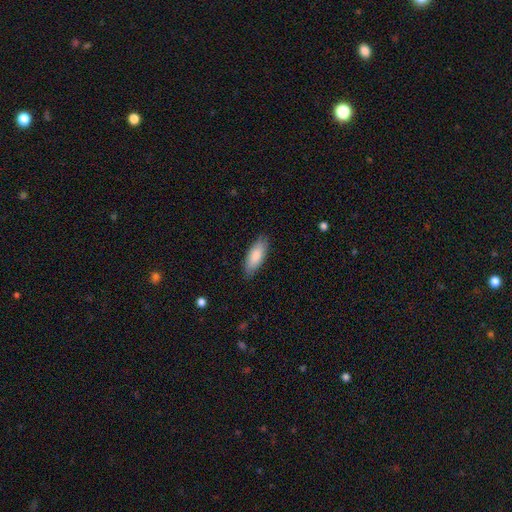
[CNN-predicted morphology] Overall: smooth (86%). How rounded: in between (76%). Merging: none (85%).